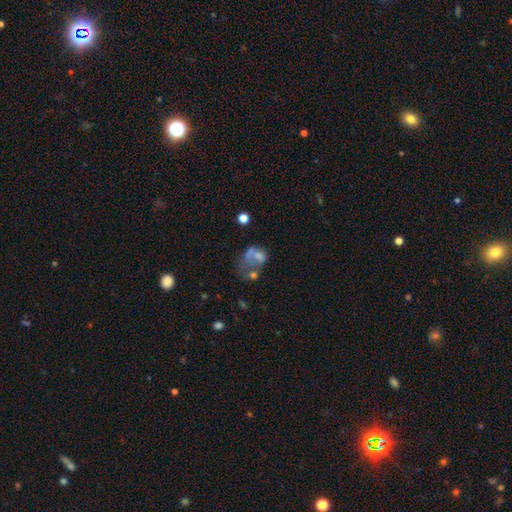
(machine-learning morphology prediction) smooth_or_featured: smooth (p=0.49) [alt: featured or disk p=0.37]
merging: major disturbance (p=0.41) [alt: merger p=0.28]